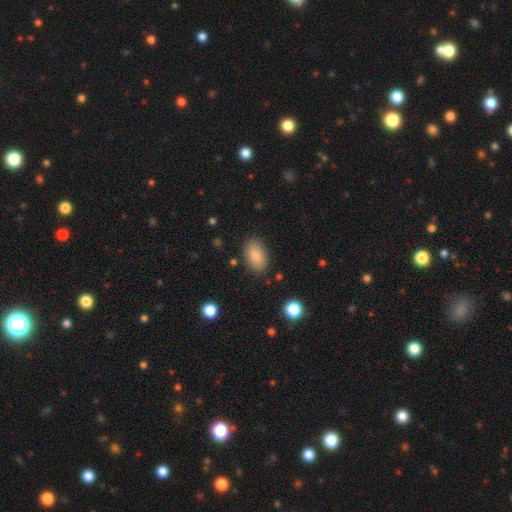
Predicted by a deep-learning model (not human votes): smooth_or_featured: smooth (p=0.85) [alt: star or artifact p=0.07]
how_rounded: in between (p=0.92) [alt: round p=0.06]
merging: none (p=0.84) [alt: minor disturbance p=0.11]